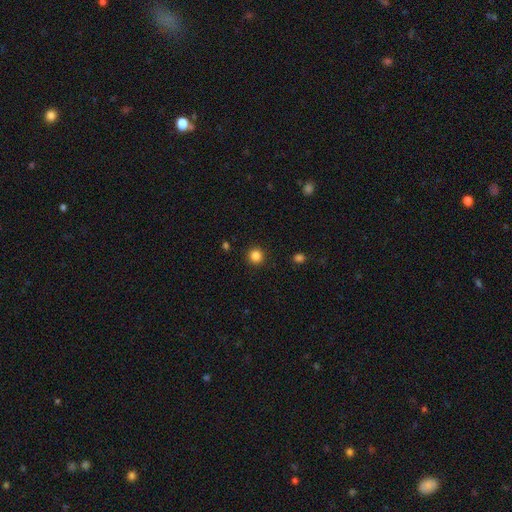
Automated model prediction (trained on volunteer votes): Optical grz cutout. It shows a smooth galaxy with no disk features (85%) that is round (95%). Merging: none (92%).